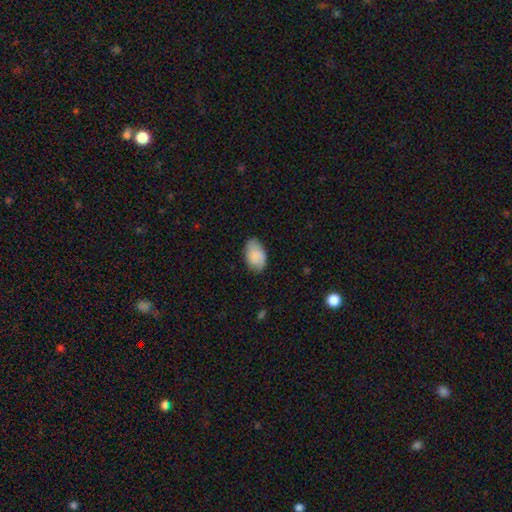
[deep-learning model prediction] The model was most divided on "merging": none: 73%, minor disturbance: 22%, major disturbance: 4%, merger: 1%. More confident: how rounded — in between (91%); smooth or featured — smooth (80%).